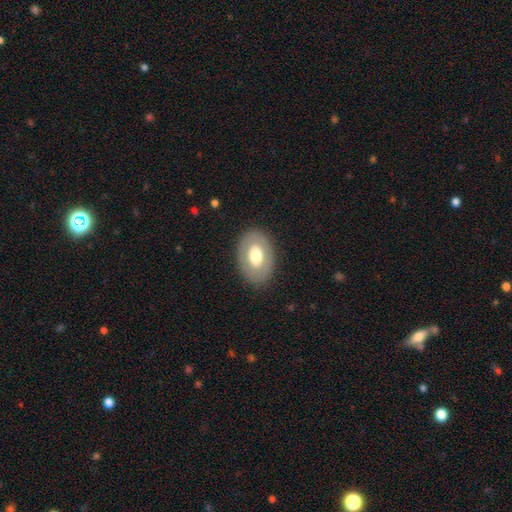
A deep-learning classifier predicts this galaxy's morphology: A smooth galaxy with no disk features (60%) that is in between round and cigar-shaped (84%). Merging: none (85%).